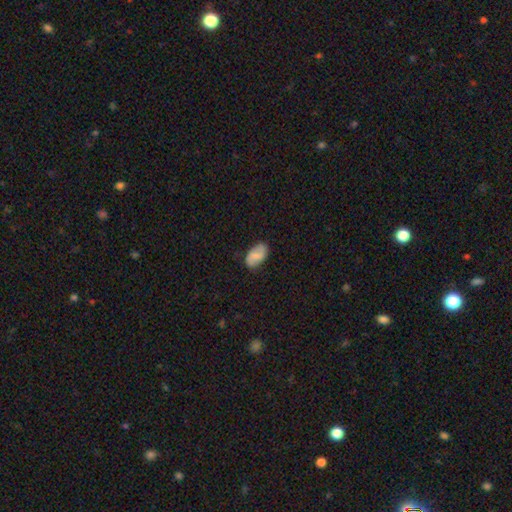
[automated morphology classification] smooth_or_featured: smooth (p=0.67) [alt: featured or disk p=0.25]
how_rounded: in between (p=0.93) [alt: round p=0.05]
merging: none (p=0.78) [alt: minor disturbance p=0.17]